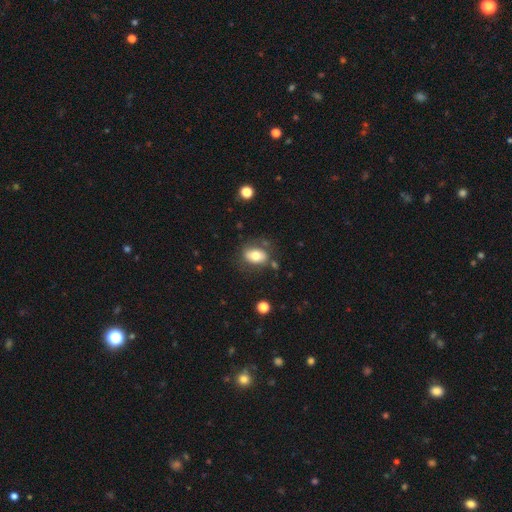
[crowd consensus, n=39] Smooth or featured?
  - smooth: 72% *
  - featured or disk: 26%
  - star or artifact: 3%
How rounded?
  - in between: 93% *
  - round: 7%
  - cigar-shaped: 0%
Merging?
  - none: 76% *
  - minor disturbance: 11%
  - merger: 8%
  - major disturbance: 5%